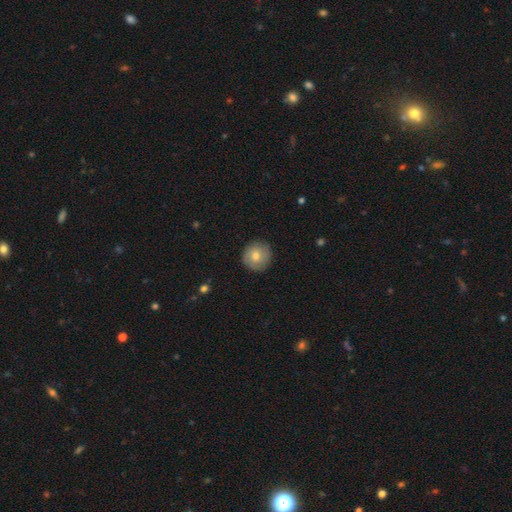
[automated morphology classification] A smooth galaxy with no disk features (73%) that is round (94%).

Vote fractions:
- Smooth or featured? smooth: 73% / featured or disk: 19% / star or artifact: 8%
- How rounded? round: 94% / in between: 5% / cigar-shaped: 1%
- Merging? none: 87% / minor disturbance: 10% / major disturbance: 2% / merger: 1%